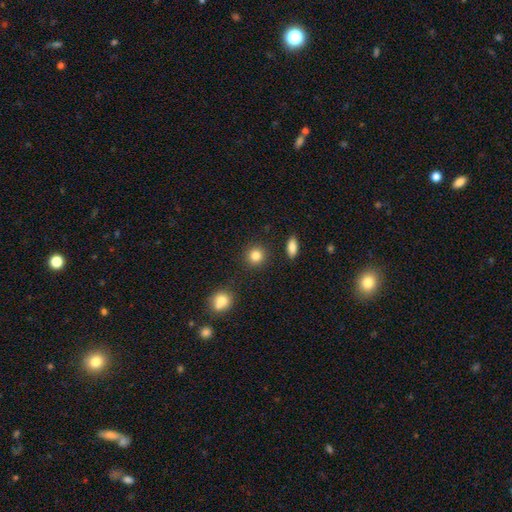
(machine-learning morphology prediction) Smooth or featured? Predicted: smooth (p=0.84). How rounded? Predicted: round (p=0.89). Merging? Predicted: none (p=0.88).